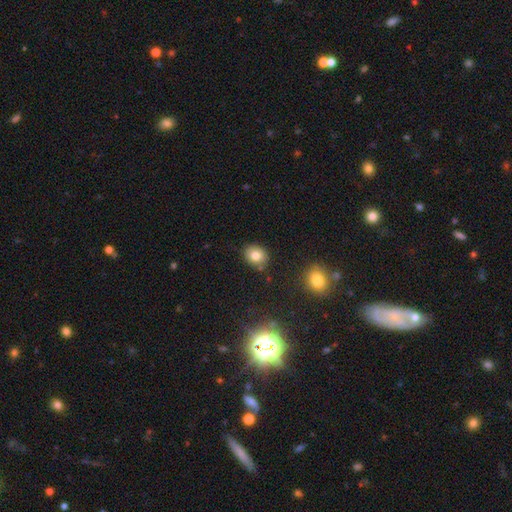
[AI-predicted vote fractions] The model was most divided on "how rounded": round: 65%, in between: 34%, cigar-shaped: 1%. More confident: merging — none (82%); smooth or featured — smooth (79%).